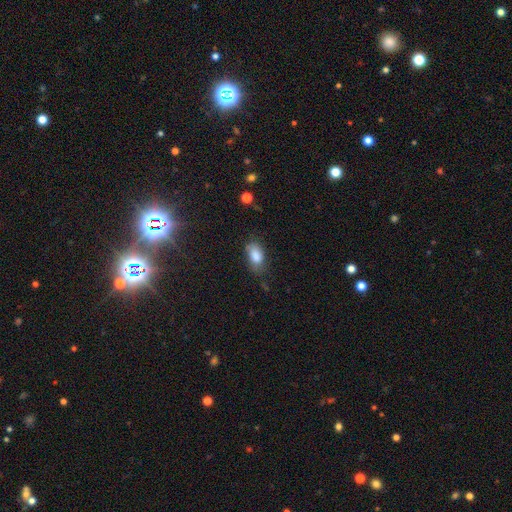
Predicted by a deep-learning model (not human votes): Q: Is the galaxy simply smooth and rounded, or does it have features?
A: smooth — 82%.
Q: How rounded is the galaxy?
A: in between — 91%.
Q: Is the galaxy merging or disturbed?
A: none — 56%.